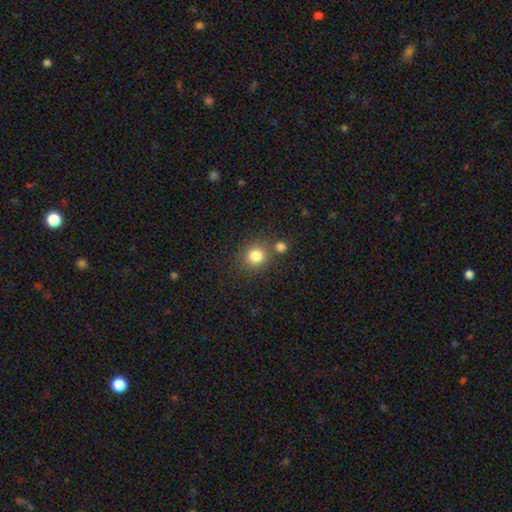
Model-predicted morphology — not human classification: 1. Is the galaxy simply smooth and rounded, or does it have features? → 81% smooth, 12% star or artifact, 7% featured or disk.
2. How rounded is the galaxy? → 86% round, 13% in between, 1% cigar-shaped.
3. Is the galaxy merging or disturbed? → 72% none, 16% merger, 9% minor disturbance, 3% major disturbance.